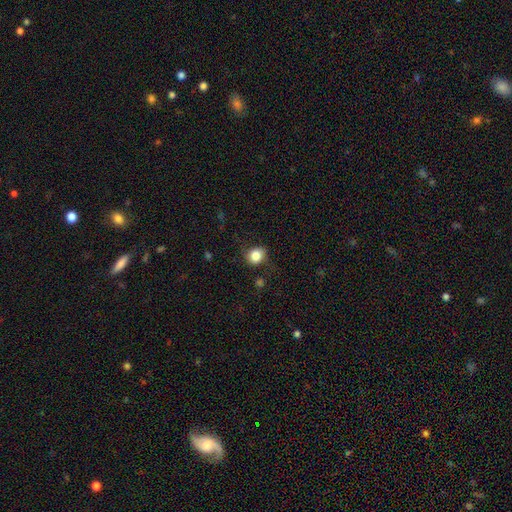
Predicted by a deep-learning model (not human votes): This is clearly a smooth galaxy (82%). How rounded: likely round (71%). Merging: likely none (75%).